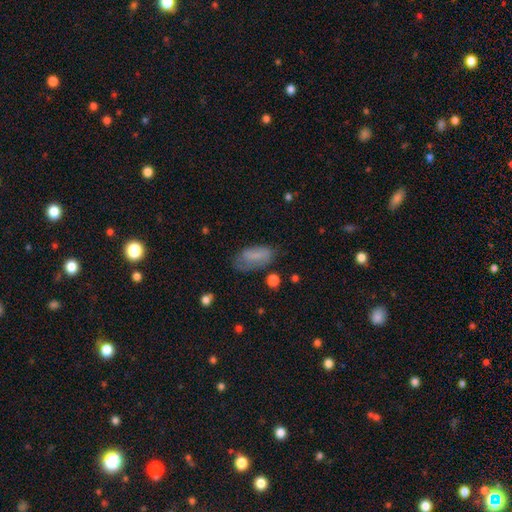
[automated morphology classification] Smooth or featured: smooth — 70% (featured or disk — 21%)
How rounded: in between — 88% (cigar-shaped — 8%)
Merging: none — 50% (minor disturbance — 30%)